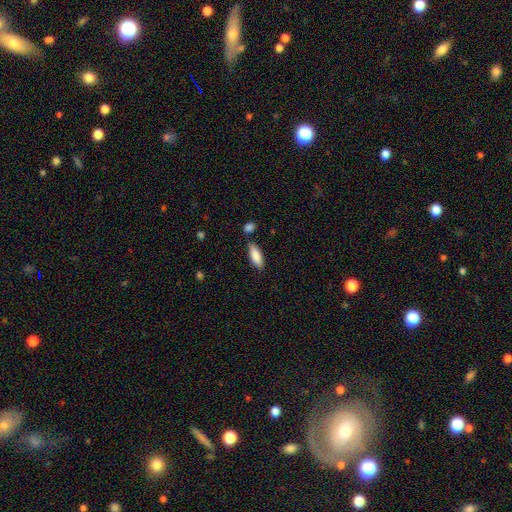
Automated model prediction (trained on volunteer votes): smooth-or-featured: smooth: 87% | featured or disk: 7% | star or artifact: 6%
  how-rounded: in between: 69% | cigar-shaped: 30% | round: 2%
  merging: none: 78% | minor disturbance: 13% | merger: 7% | major disturbance: 3%